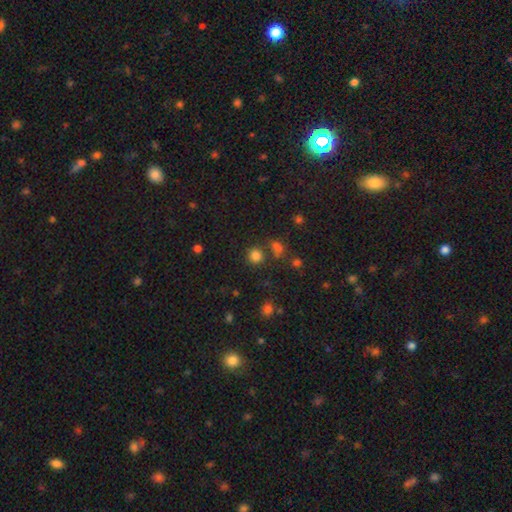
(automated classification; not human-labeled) smooth-or-featured: smooth: 78% | star or artifact: 17% | featured or disk: 5%
  how-rounded: round: 87% | in between: 12% | cigar-shaped: 1%
  merging: none: 74% | merger: 11% | minor disturbance: 10% | major disturbance: 5%